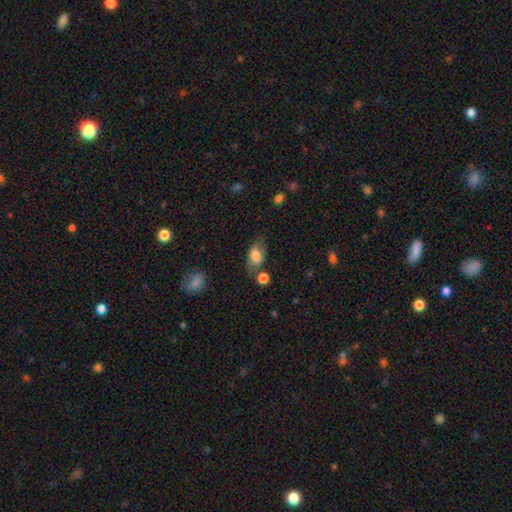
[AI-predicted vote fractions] smooth_or_featured: smooth (p=0.73) [alt: featured or disk p=0.18]
how_rounded: in between (p=0.83) [alt: round p=0.14]
merging: none (p=0.60) [alt: minor disturbance p=0.22]